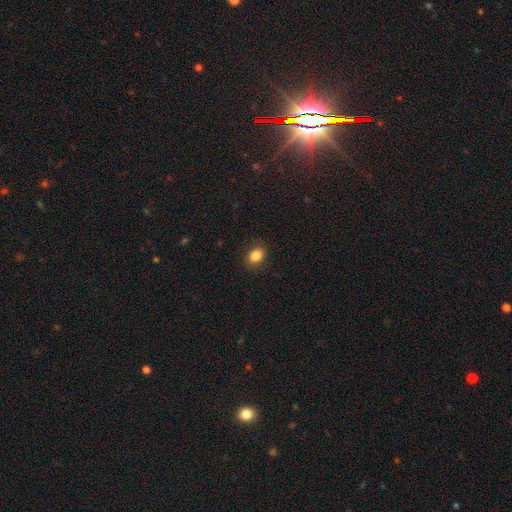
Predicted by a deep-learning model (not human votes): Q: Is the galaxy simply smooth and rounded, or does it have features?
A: smooth — 85%.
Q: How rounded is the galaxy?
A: in between — 60%.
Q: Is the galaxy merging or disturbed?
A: none — 86%.